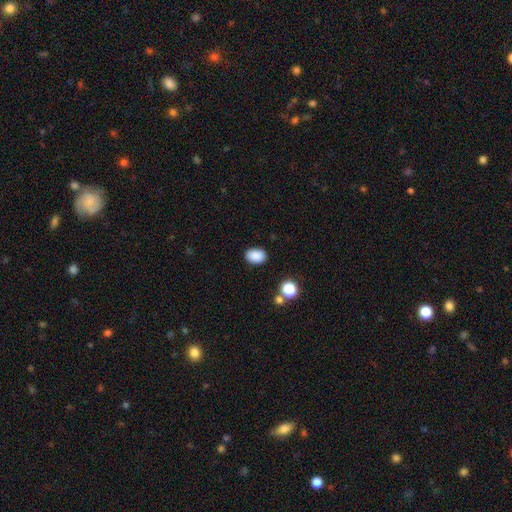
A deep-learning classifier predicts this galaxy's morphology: smooth 88%, star or artifact 9%, featured or disk 3%. Down the decision tree: how rounded — in between (79%); merging — none (88%).